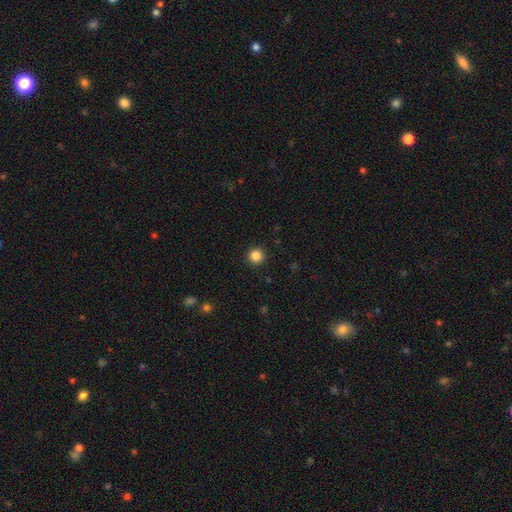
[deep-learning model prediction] Overall: smooth (86%). How rounded: round (96%). Merging: none (93%).